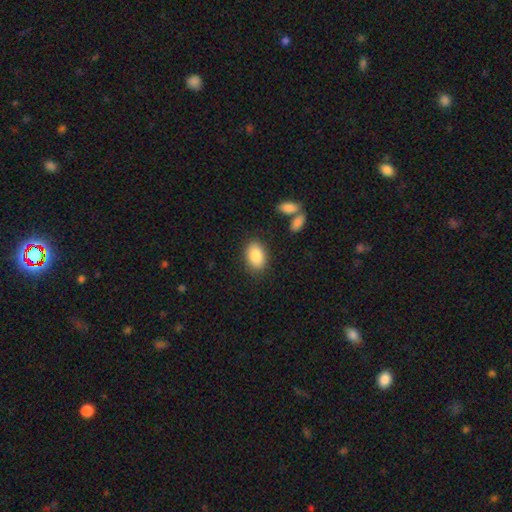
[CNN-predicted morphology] The model was most divided on "merging": none: 84%, minor disturbance: 11%, major disturbance: 3%, merger: 3%. More confident: how rounded — in between (89%); smooth or featured — smooth (87%).